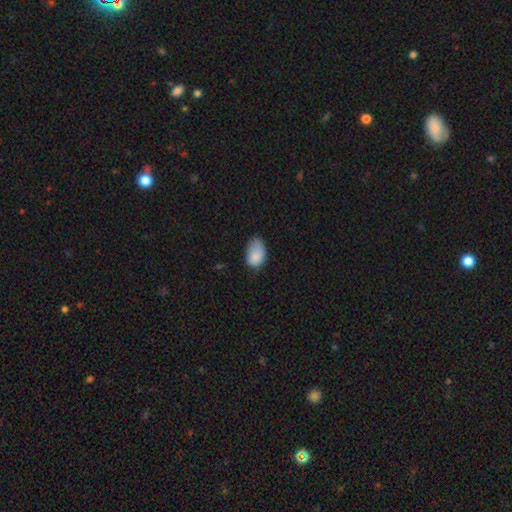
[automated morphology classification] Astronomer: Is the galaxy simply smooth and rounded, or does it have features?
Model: smooth — 84%.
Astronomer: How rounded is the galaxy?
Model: in between — 88%.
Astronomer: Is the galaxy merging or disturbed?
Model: none — 44% (runner-up: minor disturbance, 41%).